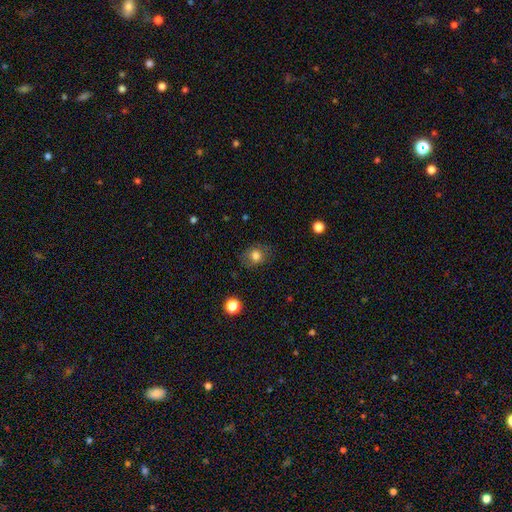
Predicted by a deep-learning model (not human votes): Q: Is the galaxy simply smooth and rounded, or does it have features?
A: smooth — 79%.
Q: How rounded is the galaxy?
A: round — 64%.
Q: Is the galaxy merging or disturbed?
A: none — 79%.